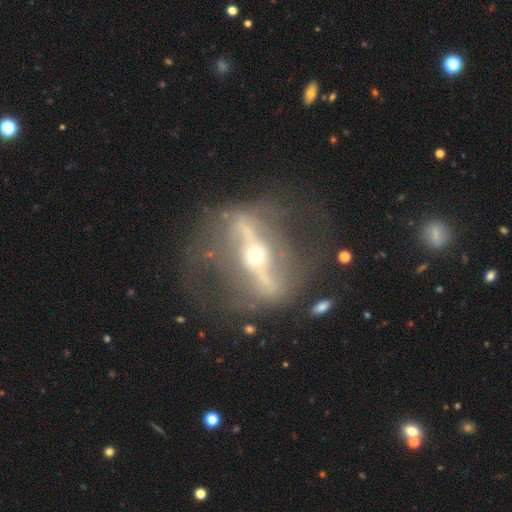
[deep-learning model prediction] Morphology: type=featured or disk (84%); edge-on=no (67%); bar=strong (78%); spiral arms=no (50%, tied with yes); bulge=moderate (58%); merging=none (65%).